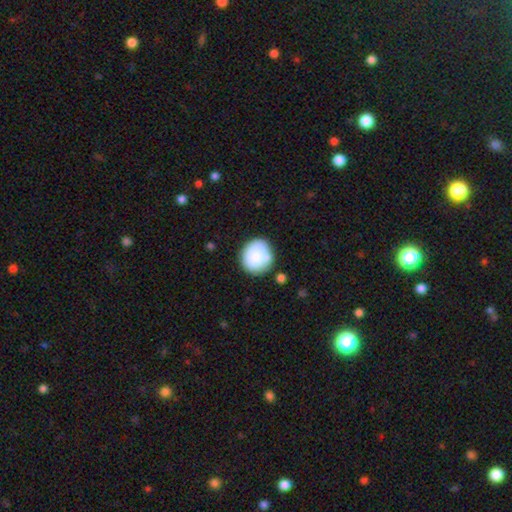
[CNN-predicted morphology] Smooth or featured: smooth — 84% (featured or disk — 8%)
How rounded: round — 77% (in between — 22%)
Merging: none — 73% (minor disturbance — 16%)